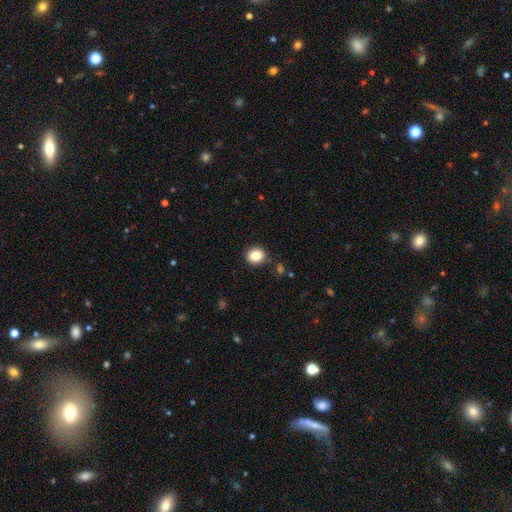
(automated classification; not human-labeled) Q: Smooth or featured?
A: smooth (84%); runner-up: star or artifact (10%)
Q: How rounded?
A: round (75%); runner-up: in between (24%)
Q: Merging?
A: none (86%); runner-up: minor disturbance (9%)